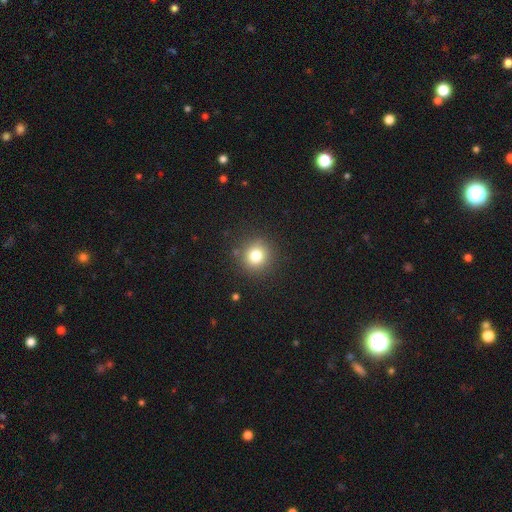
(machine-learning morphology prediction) smooth-or-featured: smooth: 79% | star or artifact: 13% | featured or disk: 8%
  how-rounded: round: 91% | in between: 8% | cigar-shaped: 1%
  merging: none: 88% | minor disturbance: 8% | major disturbance: 3% | merger: 2%